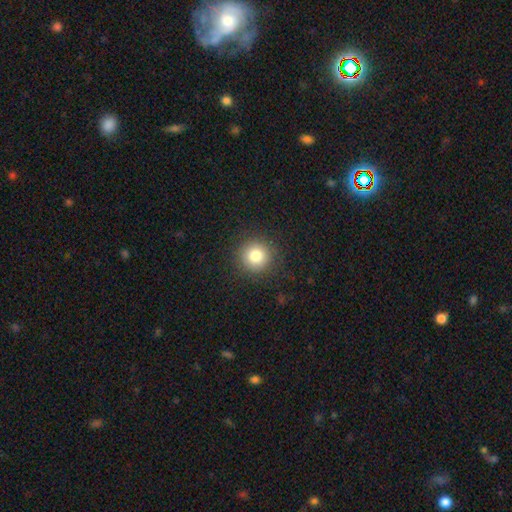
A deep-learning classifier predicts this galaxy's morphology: smooth-or-featured: smooth: 81% | star or artifact: 11% | featured or disk: 8%
  how-rounded: round: 94% | in between: 5% | cigar-shaped: 1%
  merging: none: 90% | minor disturbance: 6% | major disturbance: 3% | merger: 1%